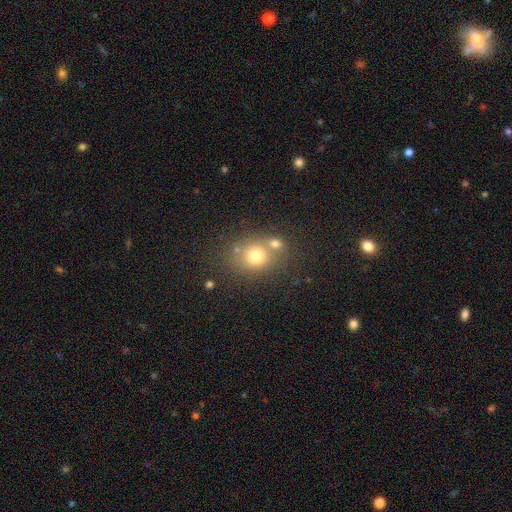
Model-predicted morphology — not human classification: Smooth or featured? smooth (72%)
How rounded? round (67%)
Merging? none (54%)